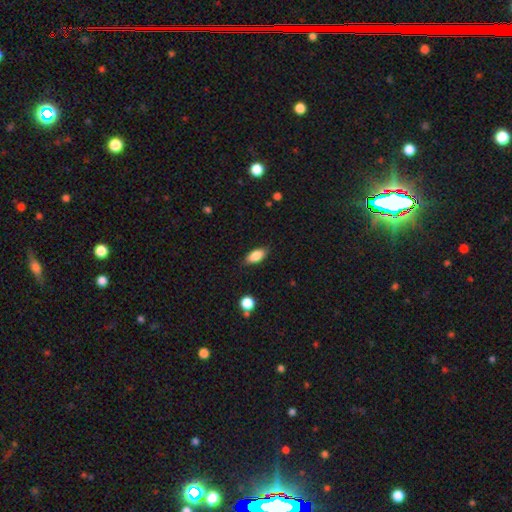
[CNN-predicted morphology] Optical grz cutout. It shows a smooth galaxy with no disk features (83%) that is in between round and cigar-shaped (86%). Merging: none (84%).